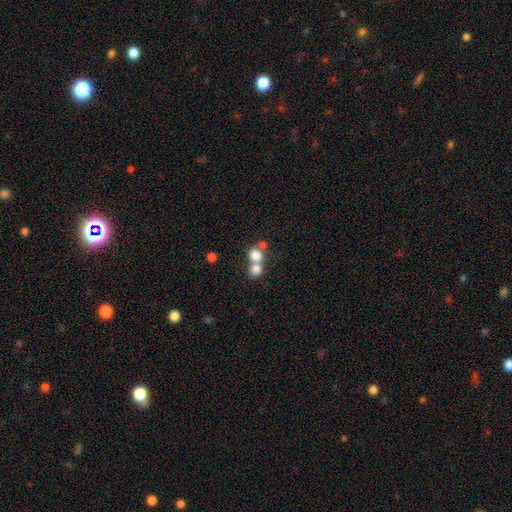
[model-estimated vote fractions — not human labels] Overall: smooth (76%). How rounded: round (65%; in between 33%). Merging: merger (61%; none 28%).